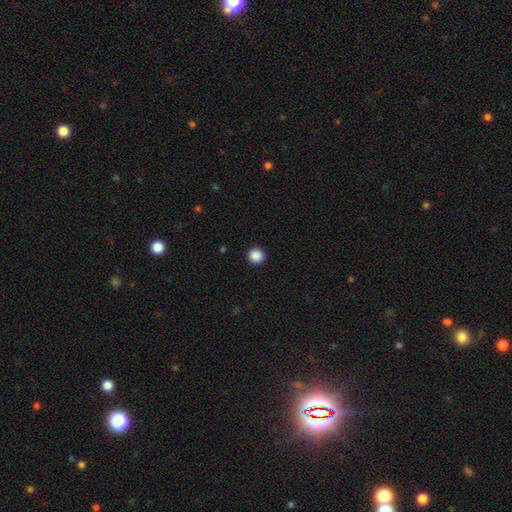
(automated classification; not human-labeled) smooth-or-featured: smooth: 88% | star or artifact: 9% | featured or disk: 2%
  how-rounded: round: 95% | in between: 4% | cigar-shaped: 1%
  merging: none: 93% | minor disturbance: 4% | major disturbance: 2% | merger: 1%